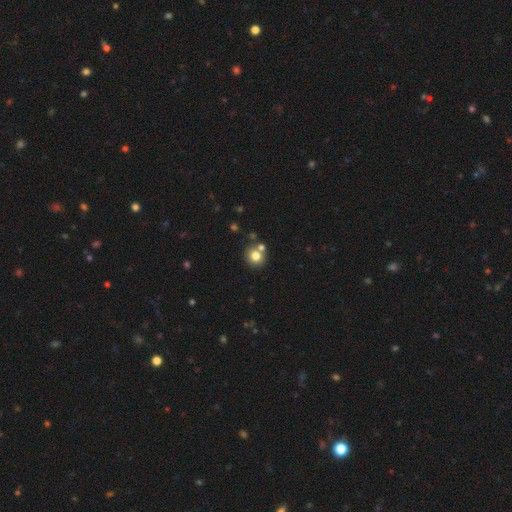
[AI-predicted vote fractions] Q: Smooth or featured?
A: smooth (78%); runner-up: star or artifact (12%)
Q: How rounded?
A: round (88%); runner-up: in between (11%)
Q: Merging?
A: none (67%); runner-up: merger (21%)